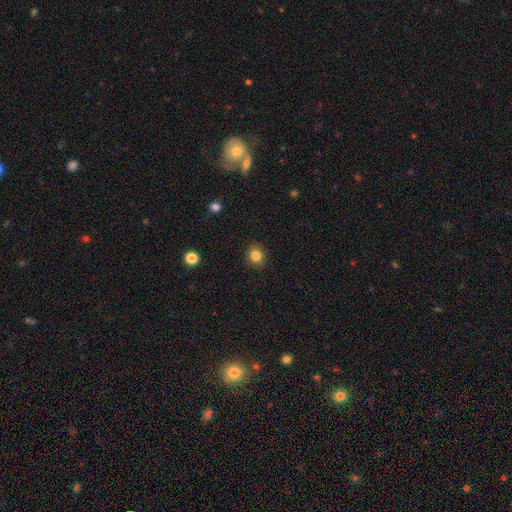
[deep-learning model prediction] The model was most divided on "how rounded": round: 72%, in between: 27%, cigar-shaped: 1%. More confident: merging — none (89%); smooth or featured — smooth (83%).